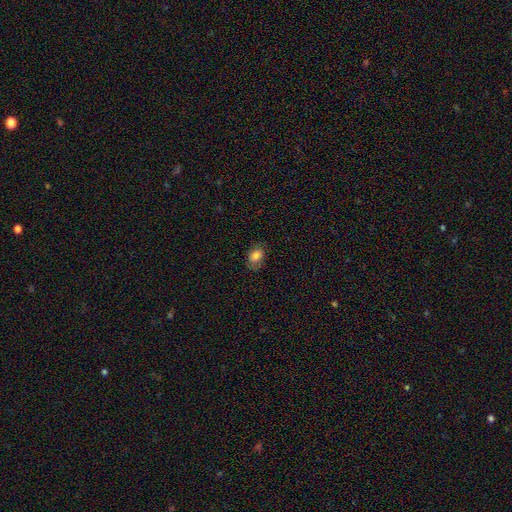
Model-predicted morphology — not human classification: smooth 79%, featured or disk 11%, star or artifact 10%. Down the decision tree: how rounded — in between (74%); merging — none (74%).